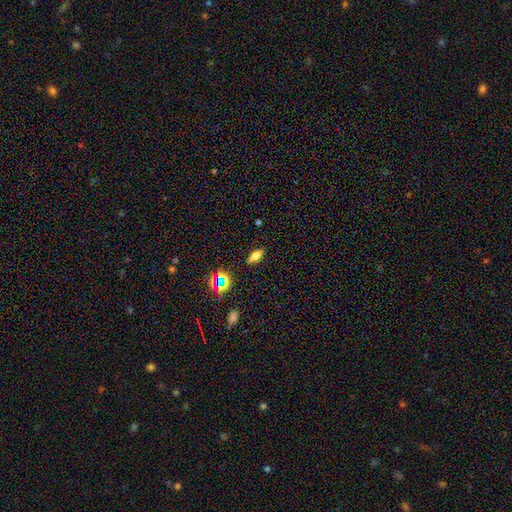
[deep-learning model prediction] smooth 48%, featured or disk 35%, star or artifact 17%. Down the decision tree: merging — none (88%).